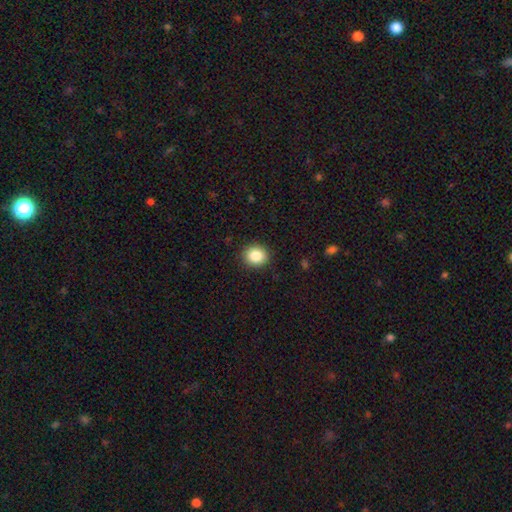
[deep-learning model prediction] smooth_or_featured: smooth (p=0.86) [alt: star or artifact p=0.09]
how_rounded: round (p=0.77) [alt: in between p=0.22]
merging: none (p=0.90) [alt: minor disturbance p=0.07]